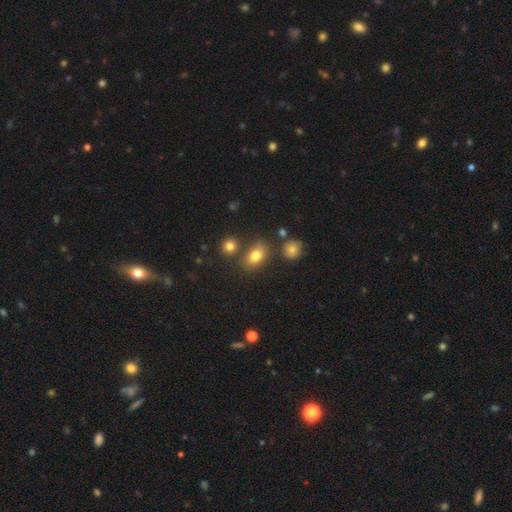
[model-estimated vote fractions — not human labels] Smooth or featured? smooth (79%)
How rounded? in between (78%)
Merging? none (70%)